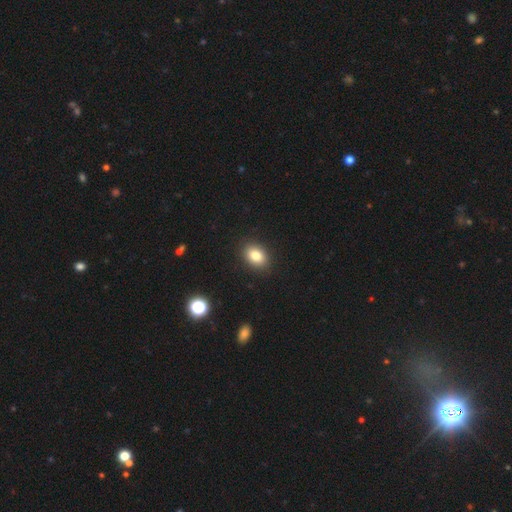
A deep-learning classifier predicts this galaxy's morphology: Smooth or featured? Predicted: smooth (p=0.83). How rounded? Predicted: in between (p=0.74). Merging? Predicted: none (p=0.89).